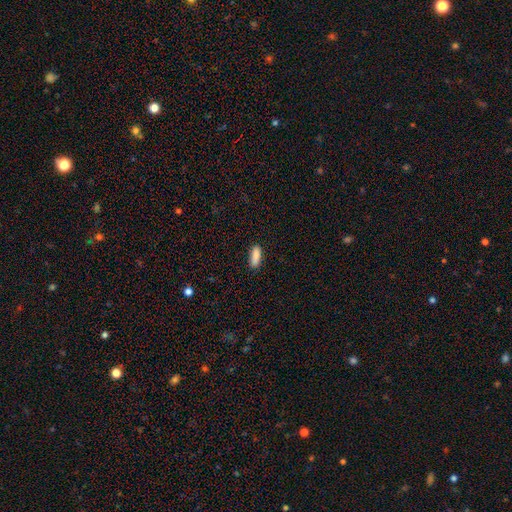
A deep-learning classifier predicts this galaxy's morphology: type=smooth (88%); roundness=in between (60%); merging=none (85%).